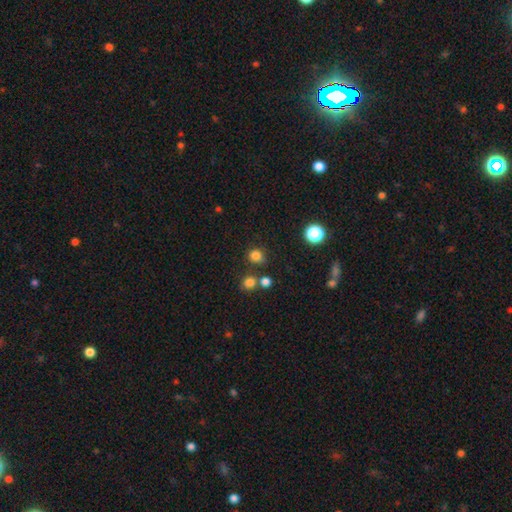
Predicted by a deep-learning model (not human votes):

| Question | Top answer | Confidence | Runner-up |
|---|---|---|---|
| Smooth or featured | smooth | 80% | star or artifact (16%) |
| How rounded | round | 79% | in between (20%) |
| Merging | none | 75% | minor disturbance (12%) |